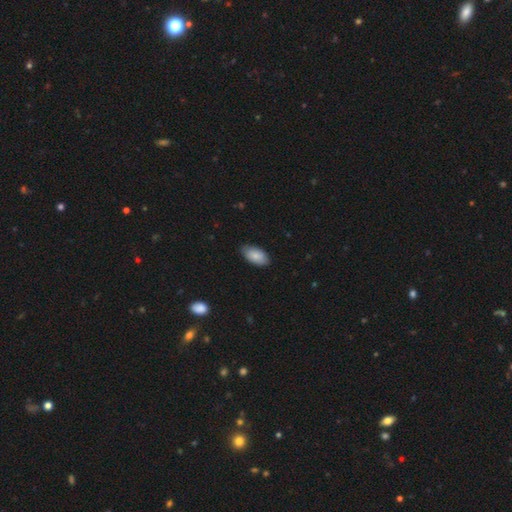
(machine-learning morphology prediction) Overall: smooth (84%). How rounded: in between (95%). Merging: none (81%).